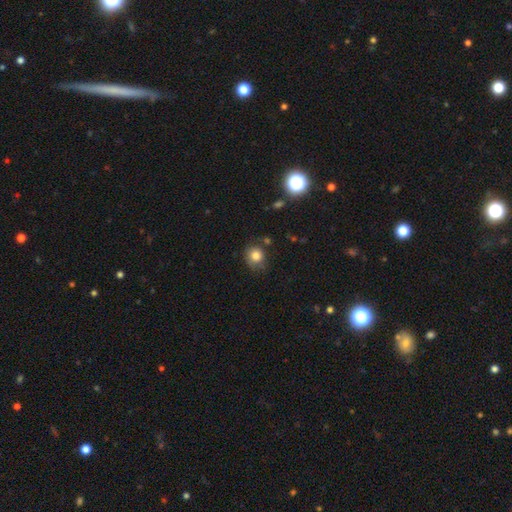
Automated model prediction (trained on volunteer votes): Smooth or featured? Predicted: smooth (p=0.81). How rounded? Predicted: round (p=0.78). Merging? Predicted: none (p=0.70).